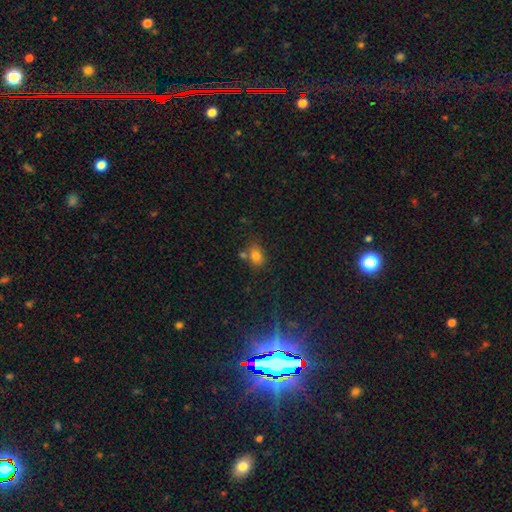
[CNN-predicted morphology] type=smooth (77%); roundness=in between (69%); merging=none (63%).